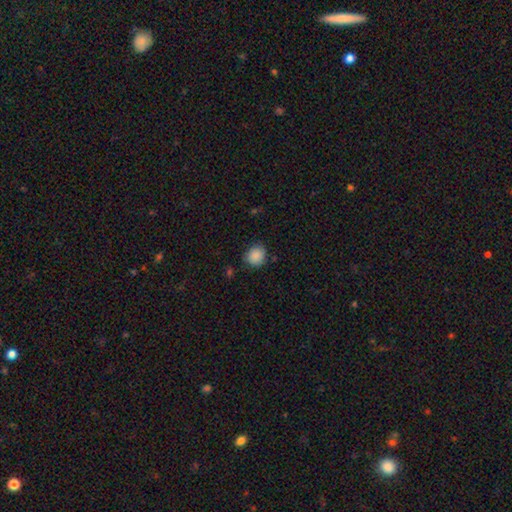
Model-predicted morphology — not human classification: The model was most divided on "how rounded": round: 79%, in between: 20%, cigar-shaped: 1%. More confident: smooth or featured — smooth (88%); merging — none (79%).